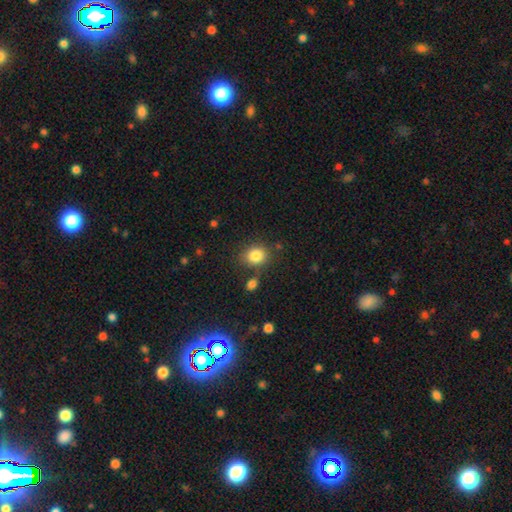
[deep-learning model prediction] smooth_or_featured: smooth (p=0.84) [alt: star or artifact p=0.10]
how_rounded: round (p=0.69) [alt: in between p=0.30]
merging: none (p=0.77) [alt: minor disturbance p=0.12]